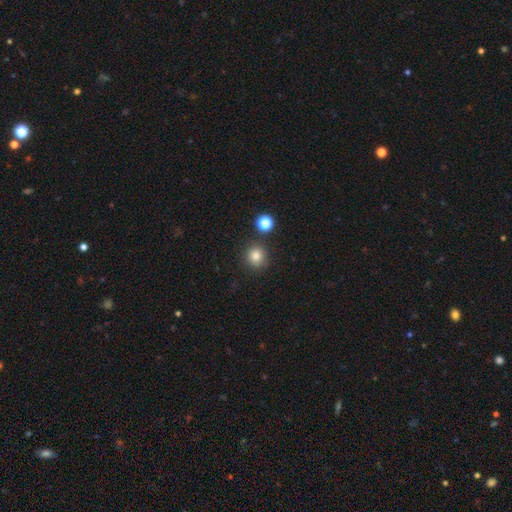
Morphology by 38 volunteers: smooth_or_featured: smooth (p=0.76) [alt: featured or disk p=0.16]
how_rounded: round (p=0.97) [alt: in between p=0.03]
merging: none (p=0.74) [alt: minor disturbance p=0.20]